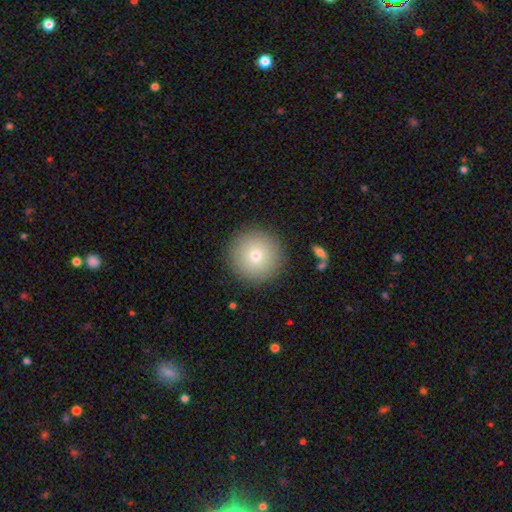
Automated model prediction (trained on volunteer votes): smooth_or_featured: smooth (p=0.76) [alt: featured or disk p=0.13]
how_rounded: round (p=0.97) [alt: in between p=0.02]
merging: none (p=0.91) [alt: minor disturbance p=0.06]